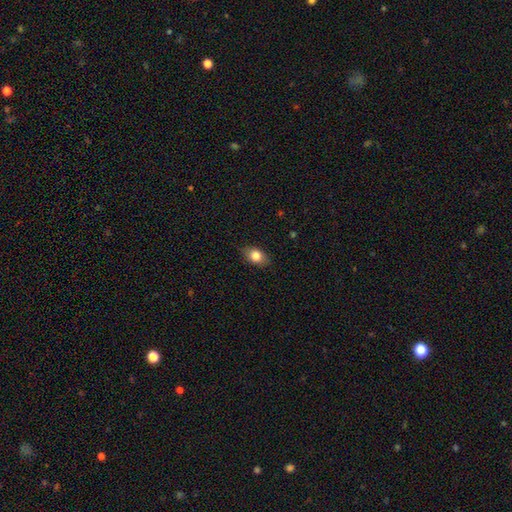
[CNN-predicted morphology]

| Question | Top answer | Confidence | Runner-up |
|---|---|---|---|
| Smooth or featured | smooth | 80% | featured or disk (12%) |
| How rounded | in between | 79% | round (19%) |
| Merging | none | 82% | minor disturbance (15%) |